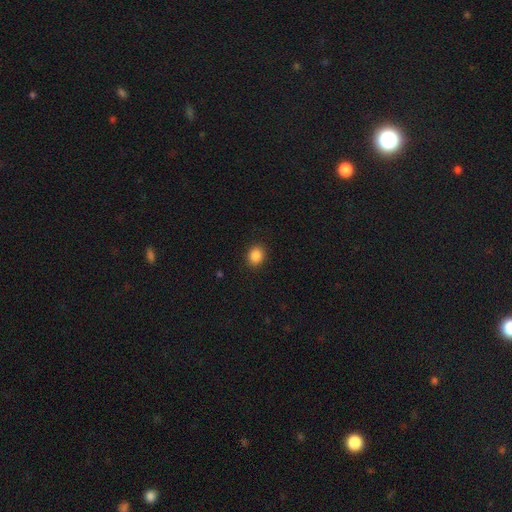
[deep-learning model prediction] smooth-or-featured: smooth: 87% | star or artifact: 10% | featured or disk: 3%
  how-rounded: round: 59% | in between: 40% | cigar-shaped: 1%
  merging: none: 91% | minor disturbance: 6% | major disturbance: 2% | merger: 1%